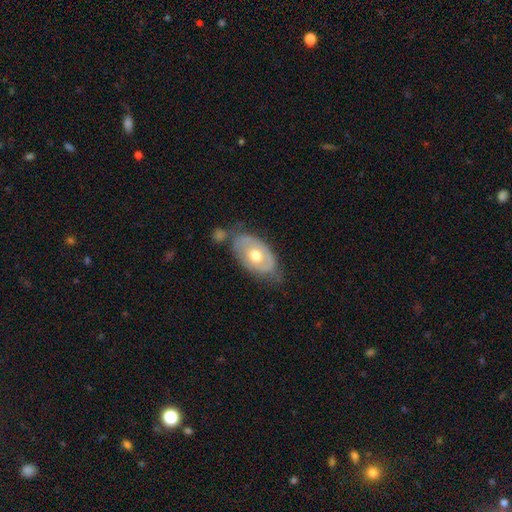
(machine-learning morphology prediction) type=featured or disk (52%); edge-on=no (90%); merging=none (56%).